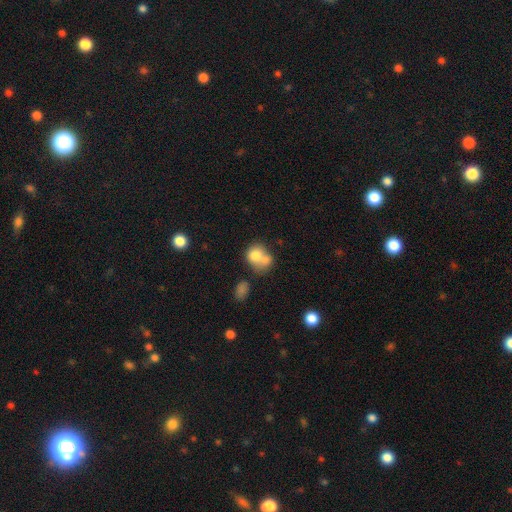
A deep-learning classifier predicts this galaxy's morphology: Smooth or featured? Predicted: smooth (p=0.75). How rounded? Predicted: round (p=0.65). Merging? Predicted: merger (p=0.57).